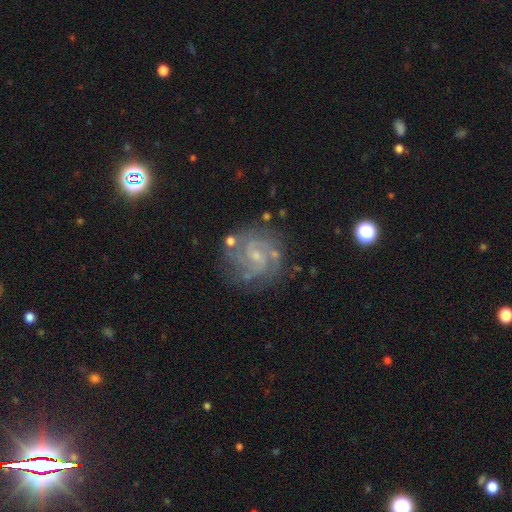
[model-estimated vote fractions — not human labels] smooth_or_featured: featured or disk (p=0.87) [alt: star or artifact p=0.07]
disk_edge_on: no (p=0.98) [alt: yes p=0.02]
bar: weak (p=0.48) [alt: no p=0.43]
has_spiral_arms: yes (p=0.97) [alt: no p=0.03]
spiral_winding: tight (p=0.49) [alt: medium p=0.43]
spiral_arm_count: 2 (p=0.53) [alt: 3 p=0.19]
bulge_size: small (p=0.72) [alt: moderate p=0.20]
merging: none (p=0.75) [alt: minor disturbance p=0.15]